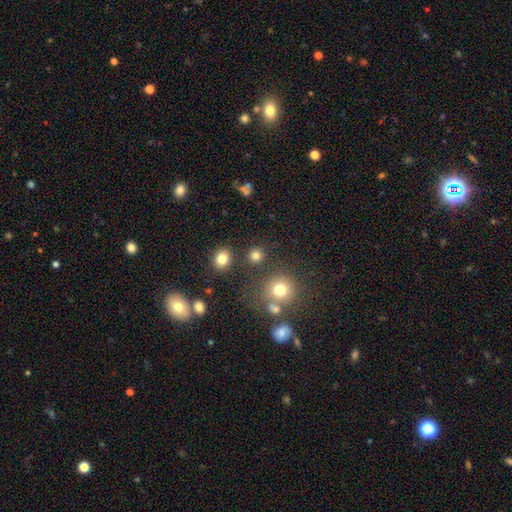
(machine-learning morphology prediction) smooth_or_featured: smooth (p=0.79) [alt: star or artifact p=0.15]
how_rounded: round (p=0.89) [alt: in between p=0.10]
merging: none (p=0.82) [alt: minor disturbance p=0.07]